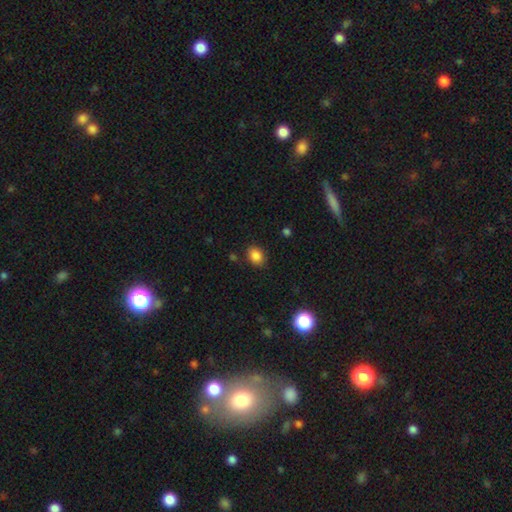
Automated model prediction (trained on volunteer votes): A smooth galaxy with no disk features (85%) that is in between round and cigar-shaped (55%).

Vote fractions:
- Smooth or featured? smooth: 85% / star or artifact: 10% / featured or disk: 4%
- How rounded? in between: 55% / round: 44% / cigar-shaped: 1%
- Merging? none: 84% / minor disturbance: 11% / major disturbance: 3% / merger: 2%